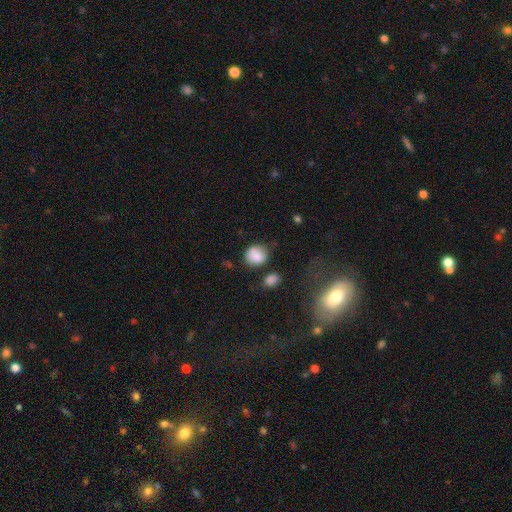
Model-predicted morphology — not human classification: This appears to be a smooth galaxy with no disk features (83%) that is round (72%). Merging: none (65%).